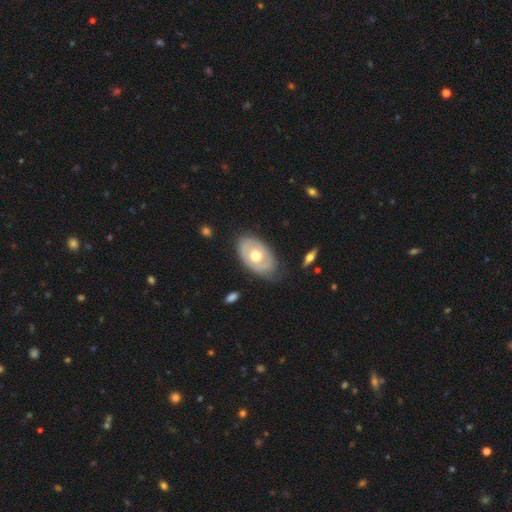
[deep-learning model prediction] Smooth or featured?
  - featured or disk: 55% *
  - smooth: 40%
  - star or artifact: 5%
Edge-on disk?
  - no: 90% *
  - yes: 10%
Merging?
  - none: 72% *
  - minor disturbance: 20%
  - major disturbance: 6%
  - merger: 2%